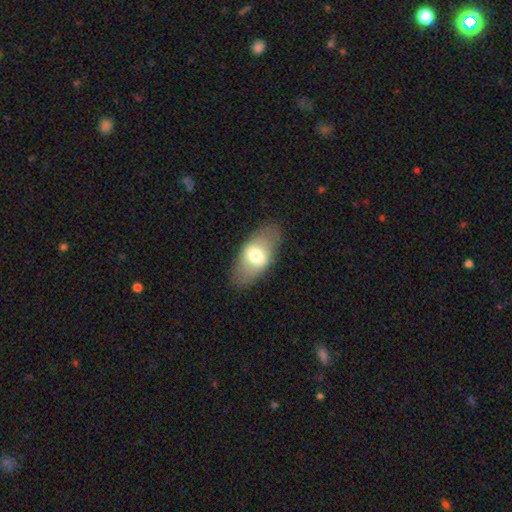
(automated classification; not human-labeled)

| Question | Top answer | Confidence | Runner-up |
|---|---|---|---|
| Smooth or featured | smooth | 57% | featured or disk (36%) |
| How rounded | in between | 89% | cigar-shaped (6%) |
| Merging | none | 82% | minor disturbance (12%) |